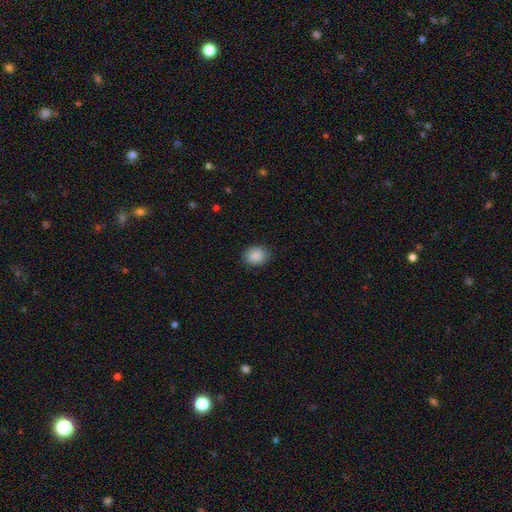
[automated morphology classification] Smooth or featured?
  - smooth: 89% *
  - star or artifact: 8%
  - featured or disk: 3%
How rounded?
  - round: 53% *
  - in between: 46%
  - cigar-shaped: 1%
Merging?
  - none: 86% *
  - minor disturbance: 10%
  - major disturbance: 3%
  - merger: 1%